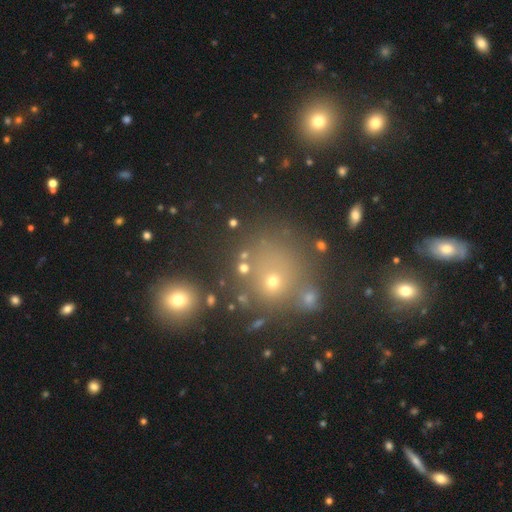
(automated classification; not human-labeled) Smooth or featured? Predicted: smooth (p=0.55). How rounded? Predicted: round (p=0.83). Merging? Predicted: none (p=0.68).